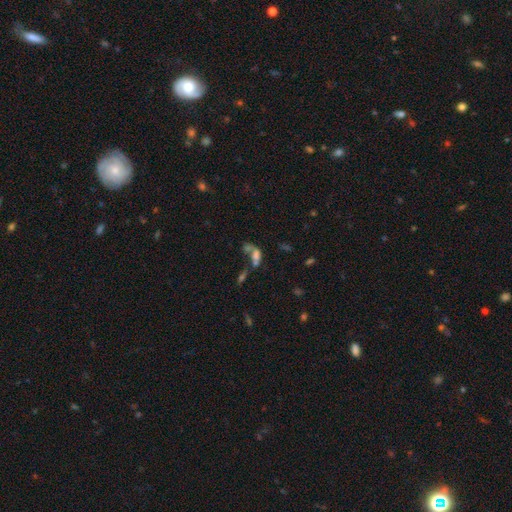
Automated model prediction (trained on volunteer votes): A smooth galaxy with no disk features (50%) that is in between round and cigar-shaped (79%).

Vote fractions:
- Smooth or featured? smooth: 50% / featured or disk: 29% / star or artifact: 21%
- How rounded? in between: 79% / round: 13% / cigar-shaped: 8%
- Merging? merger: 55% / none: 19% / major disturbance: 17% / minor disturbance: 9%